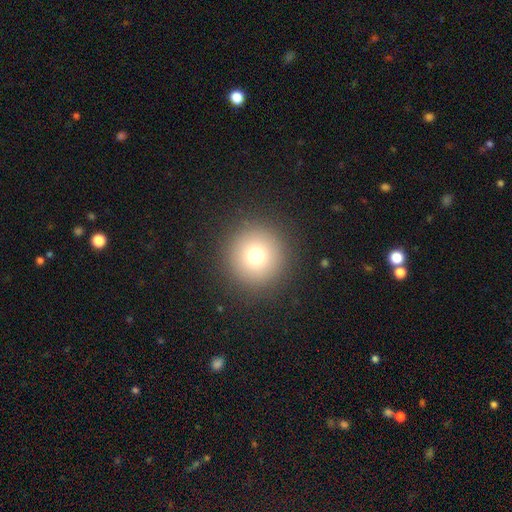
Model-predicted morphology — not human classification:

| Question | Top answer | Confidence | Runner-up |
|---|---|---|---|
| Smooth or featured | smooth | 74% | star or artifact (16%) |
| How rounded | round | 95% | in between (4%) |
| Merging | none | 91% | minor disturbance (5%) |